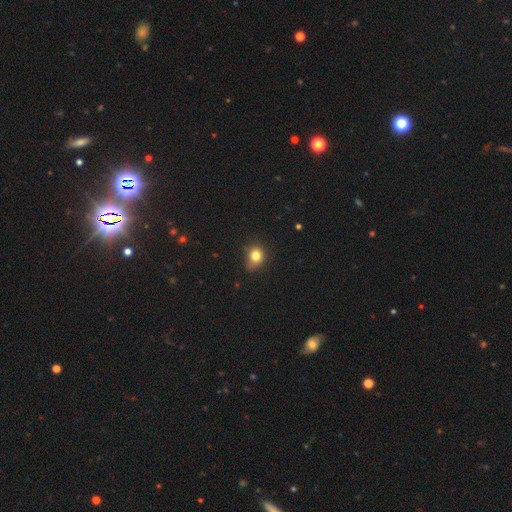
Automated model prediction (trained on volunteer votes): Smooth or featured: smooth — 79% (star or artifact — 13%)
How rounded: round — 61% (in between — 38%)
Merging: none — 57% (minor disturbance — 32%)